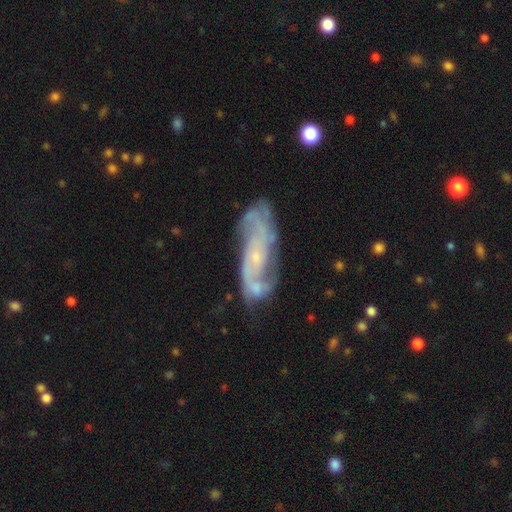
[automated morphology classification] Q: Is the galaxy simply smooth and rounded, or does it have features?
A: featured or disk — 80%.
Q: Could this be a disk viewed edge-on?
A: no — 87%.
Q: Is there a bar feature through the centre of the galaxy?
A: no — 62%.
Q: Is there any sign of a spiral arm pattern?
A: yes — 92%.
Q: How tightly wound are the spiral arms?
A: medium — 42%.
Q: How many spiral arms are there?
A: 2 — 47%.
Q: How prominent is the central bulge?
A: small — 76%.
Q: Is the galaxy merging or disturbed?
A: none — 67%.